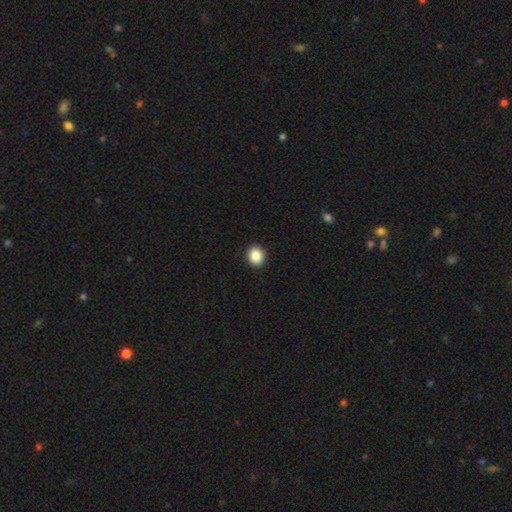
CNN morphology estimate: type=smooth (87%); roundness=round (78%); merging=none (92%).